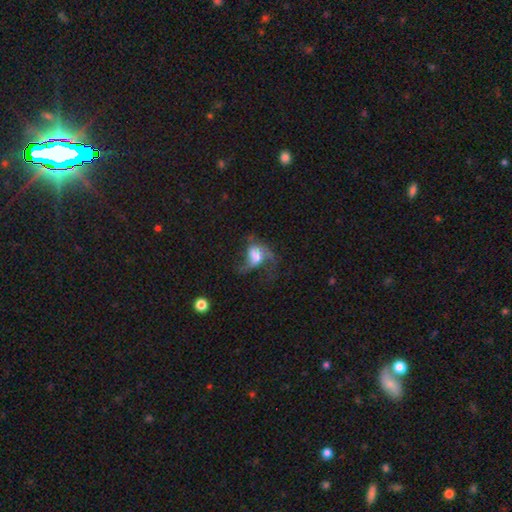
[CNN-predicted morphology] The model was most divided on "smooth or featured": featured or disk: 52%, smooth: 37%, star or artifact: 11%. More confident: edge-on disk — no (96%); merging — major disturbance (55%).